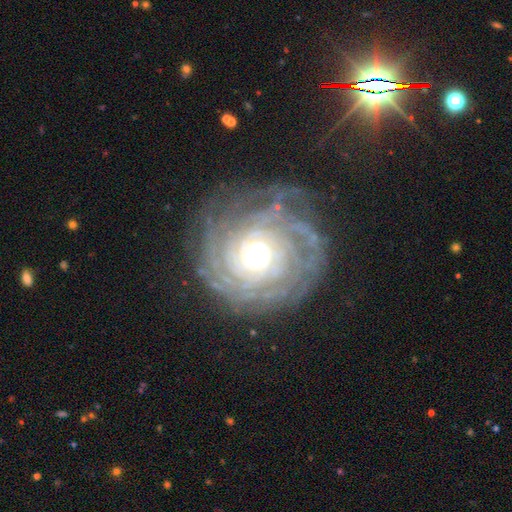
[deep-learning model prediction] smooth_or_featured: featured or disk (p=0.87) [alt: smooth p=0.07]
disk_edge_on: no (p=0.97) [alt: yes p=0.03]
bar: no (p=0.76) [alt: weak p=0.16]
has_spiral_arms: yes (p=0.95) [alt: no p=0.05]
spiral_winding: tight (p=0.82) [alt: medium p=0.14]
spiral_arm_count: can't tell (p=0.30) [alt: more than 4 p=0.25]
bulge_size: moderate (p=0.65) [alt: large p=0.24]
merging: none (p=0.75) [alt: minor disturbance p=0.16]